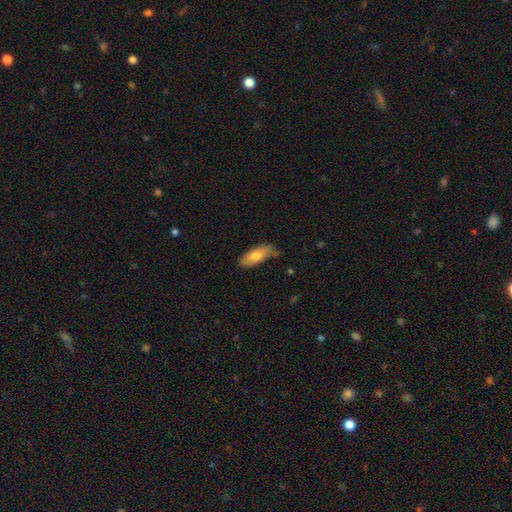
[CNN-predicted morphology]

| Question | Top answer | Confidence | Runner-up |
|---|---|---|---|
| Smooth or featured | smooth | 75% | featured or disk (19%) |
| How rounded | in between | 75% | cigar-shaped (23%) |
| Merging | none | 74% | minor disturbance (20%) |